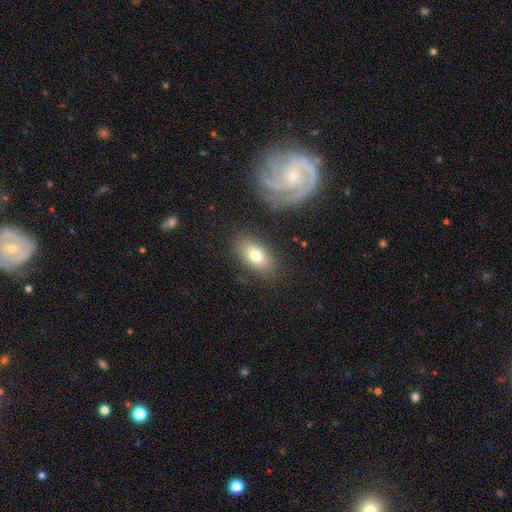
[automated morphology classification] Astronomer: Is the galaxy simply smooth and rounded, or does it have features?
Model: smooth — 75%.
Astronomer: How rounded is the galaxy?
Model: in between — 89%.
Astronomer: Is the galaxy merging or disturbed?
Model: none — 82%.